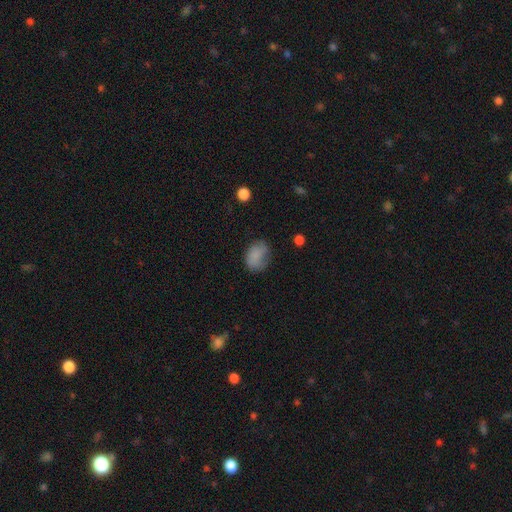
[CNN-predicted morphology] type=smooth (80%); roundness=in between (69%); merging=none (57%).